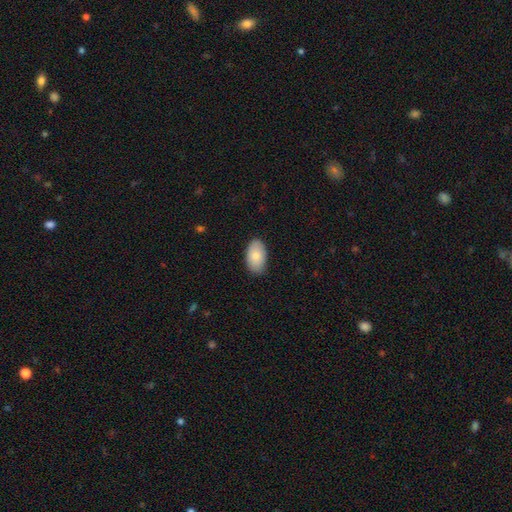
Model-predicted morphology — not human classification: A smooth galaxy with no disk features (83%) that is in between round and cigar-shaped (94%). Merging: none (84%).